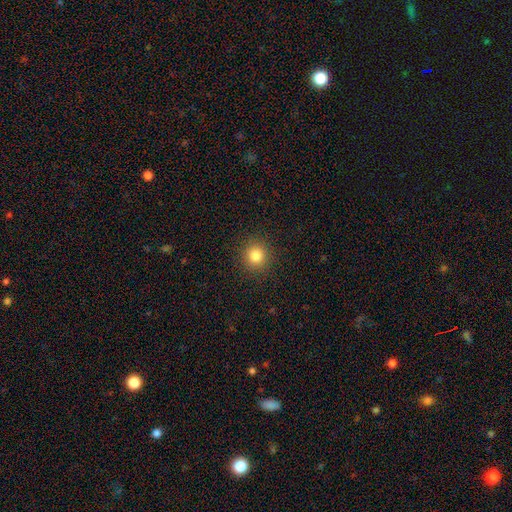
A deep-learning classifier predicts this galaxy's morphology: Smooth or featured?
  - smooth: 82% *
  - star or artifact: 12%
  - featured or disk: 5%
How rounded?
  - round: 93% *
  - in between: 6%
  - cigar-shaped: 1%
Merging?
  - none: 91% *
  - minor disturbance: 5%
  - major disturbance: 2%
  - merger: 1%